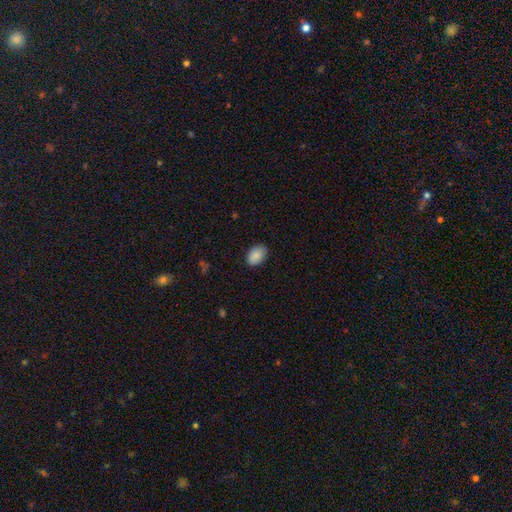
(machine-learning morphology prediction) Smooth or featured? Predicted: smooth (p=0.88). How rounded? Predicted: in between (p=0.84). Merging? Predicted: none (p=0.84).